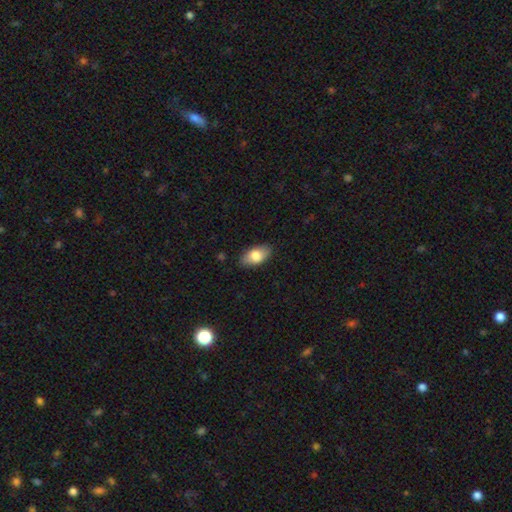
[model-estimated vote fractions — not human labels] smooth-or-featured: smooth: 79% | featured or disk: 14% | star or artifact: 7%
  how-rounded: in between: 92% | round: 5% | cigar-shaped: 3%
  merging: none: 85% | minor disturbance: 11% | major disturbance: 2% | merger: 1%